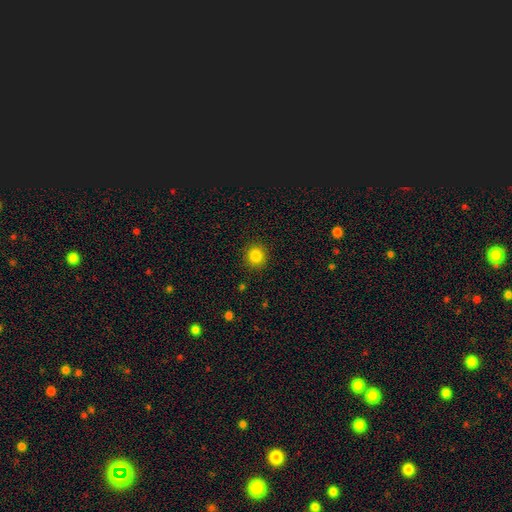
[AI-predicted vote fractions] A smooth galaxy with no disk features (84%) that is round (91%).

Vote fractions:
- Smooth or featured? smooth: 84% / star or artifact: 12% / featured or disk: 4%
- How rounded? round: 91% / in between: 8% / cigar-shaped: 1%
- Merging? none: 90% / minor disturbance: 6% / major disturbance: 2% / merger: 1%